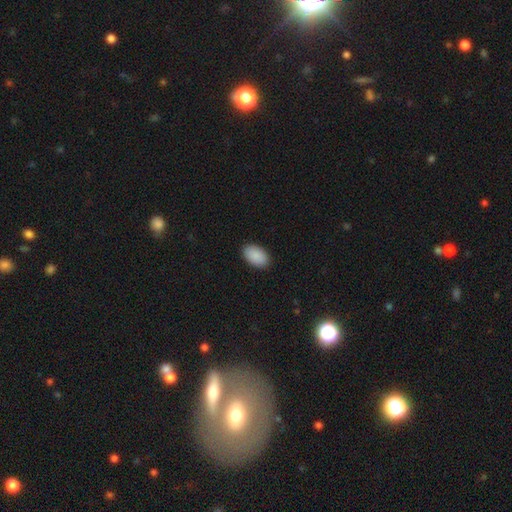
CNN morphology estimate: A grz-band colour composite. It shows a smooth galaxy with no disk features (91%) that is in between round and cigar-shaped (95%). Merging: none (90%).